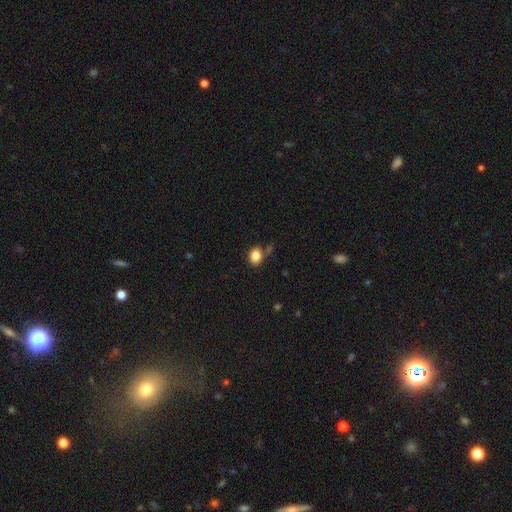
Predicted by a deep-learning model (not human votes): This is clearly a smooth galaxy (85%). How rounded: possibly round (50%). Merging: likely none (72%).